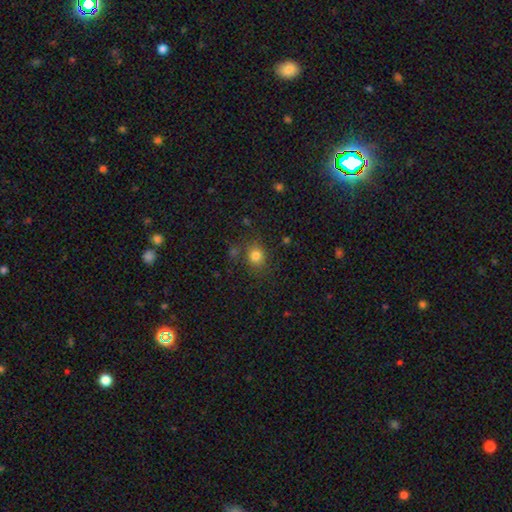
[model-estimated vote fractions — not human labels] Smooth or featured? smooth (80%)
How rounded? round (74%)
Merging? none (77%)